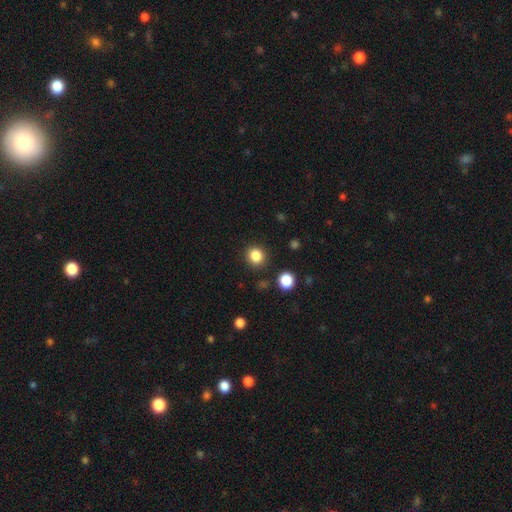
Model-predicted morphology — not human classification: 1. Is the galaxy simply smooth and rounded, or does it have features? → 84% smooth, 12% star or artifact, 4% featured or disk.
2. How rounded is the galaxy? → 88% round, 11% in between, 1% cigar-shaped.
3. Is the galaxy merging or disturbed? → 90% none, 6% minor disturbance, 2% major disturbance, 2% merger.